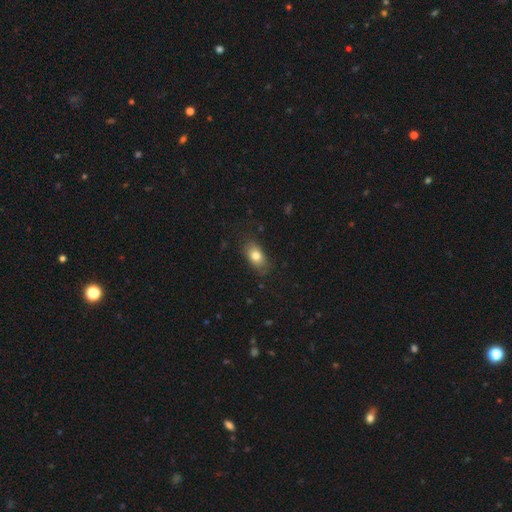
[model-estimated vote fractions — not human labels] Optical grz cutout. It shows a smooth galaxy with no disk features (80%) that is in between round and cigar-shaped (85%). Merging: none (79%).